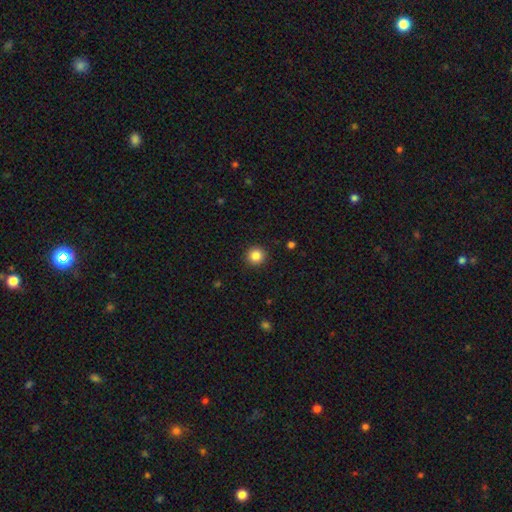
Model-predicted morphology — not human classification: Smooth or featured? Predicted: smooth (p=0.85). How rounded? Predicted: round (p=0.95). Merging? Predicted: none (p=0.93).